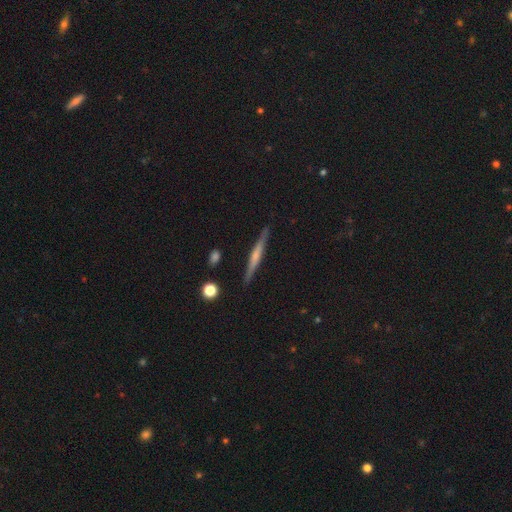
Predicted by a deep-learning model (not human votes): This is possibly a featured or disk galaxy (59%). It is clearly viewed edge-on (97%). Edge-on bulge: marginally rounded (44%). Merging: clearly none (89%).